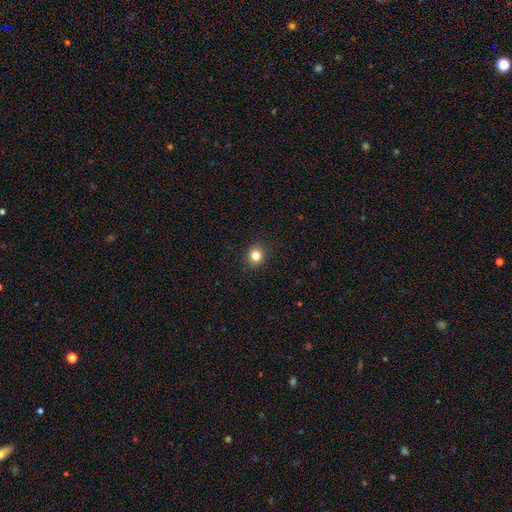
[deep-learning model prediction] Smooth or featured: smooth — 83% (star or artifact — 12%)
How rounded: round — 85% (in between — 15%)
Merging: none — 92% (minor disturbance — 5%)